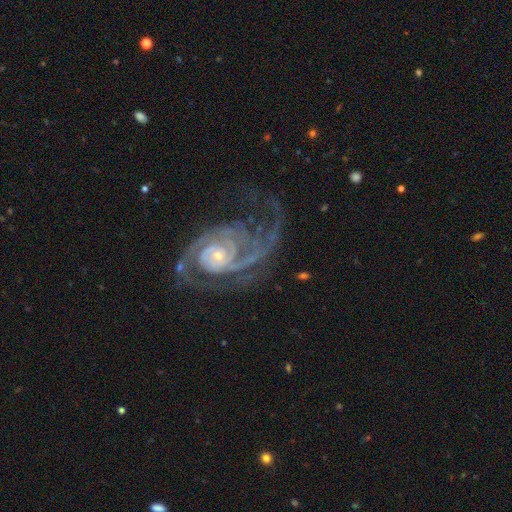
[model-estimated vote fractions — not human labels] Smooth or featured? featured or disk (86%)
Edge-on disk? no (98%)
Bar? no (60%)
Spiral arms? yes (96%)
Spiral winding? medium (47%)
Spiral arm count? 2 (54%)
Bulge size? moderate (45%)
Merging? none (59%)